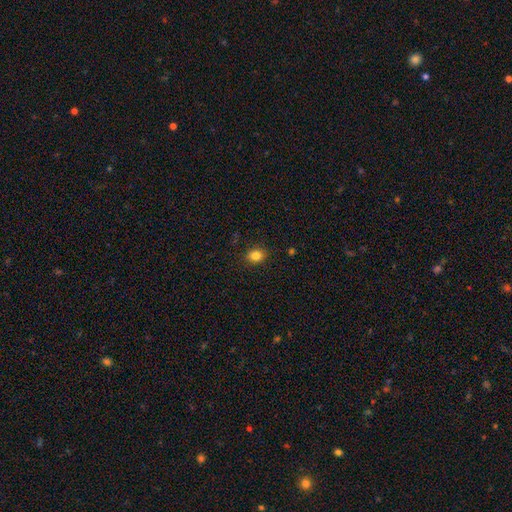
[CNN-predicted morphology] This is clearly a smooth galaxy (83%). How rounded: possibly round (58%). Merging: clearly none (89%).